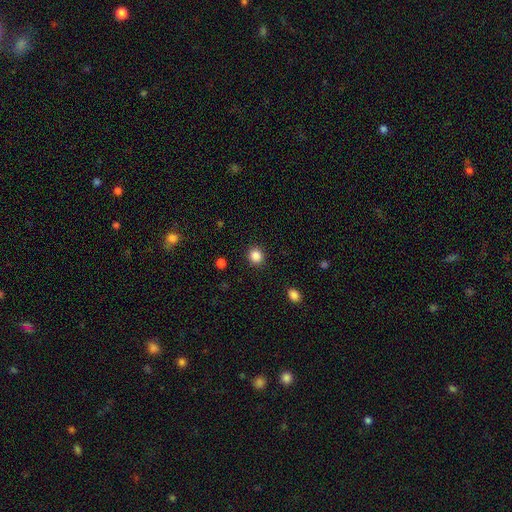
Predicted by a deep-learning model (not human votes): A smooth galaxy with no disk features (86%) that is round (87%).

Vote fractions:
- Smooth or featured? smooth: 86% / star or artifact: 11% / featured or disk: 3%
- How rounded? round: 87% / in between: 12% / cigar-shaped: 1%
- Merging? none: 91% / minor disturbance: 6% / major disturbance: 2% / merger: 1%